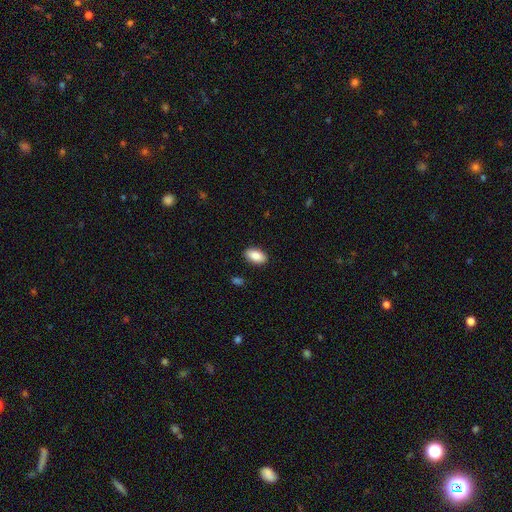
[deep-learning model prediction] Morphology: type=smooth (88%); roundness=in between (93%); merging=none (89%).